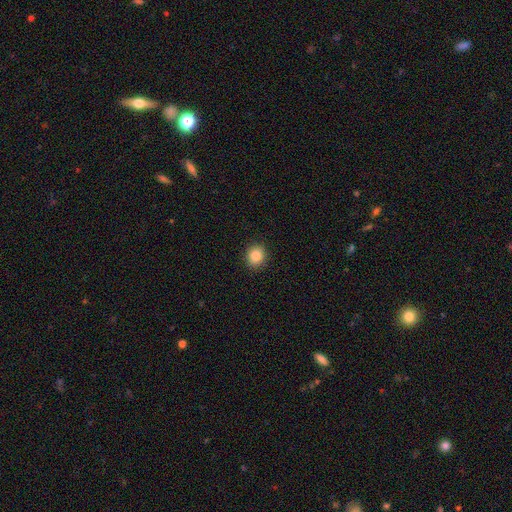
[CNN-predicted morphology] A smooth galaxy with no disk features (85%) that is round (77%). Merging: none (91%).